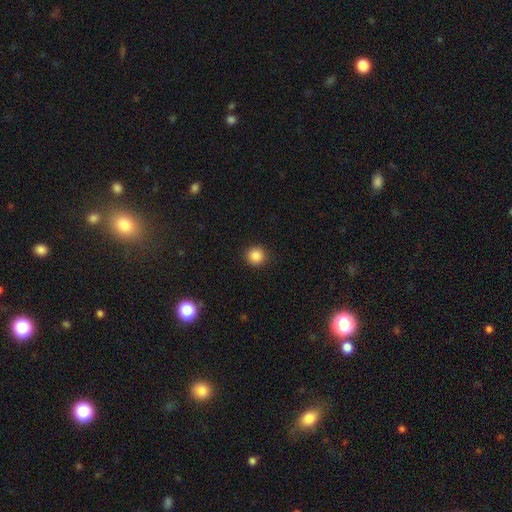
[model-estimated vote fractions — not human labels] This appears to be a smooth galaxy with no disk features (86%) that is round (93%). Merging: none (92%).